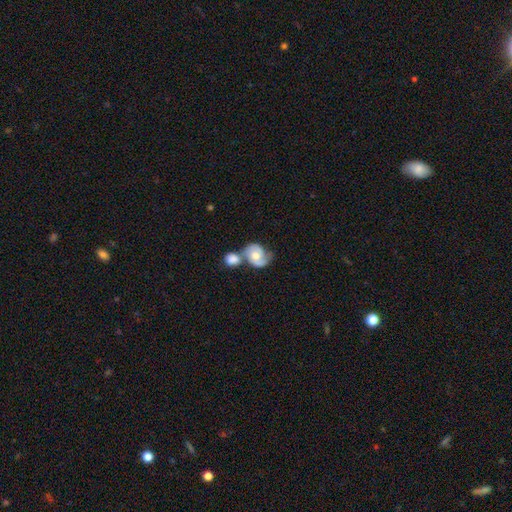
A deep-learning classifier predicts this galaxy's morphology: Smooth or featured?
  - featured or disk: 60% *
  - smooth: 34%
  - star or artifact: 7%
Edge-on disk?
  - no: 97% *
  - yes: 3%
Bar?
  - no: 76% *
  - weak: 20%
  - strong: 4%
Spiral arms?
  - yes: 80% *
  - no: 20%
Bulge size?
  - moderate: 73% *
  - small: 15%
  - large: 9%
  - none: 2%
  - dominant: 1%
Merging?
  - merger: 50% *
  - none: 27%
  - minor disturbance: 14%
  - major disturbance: 10%